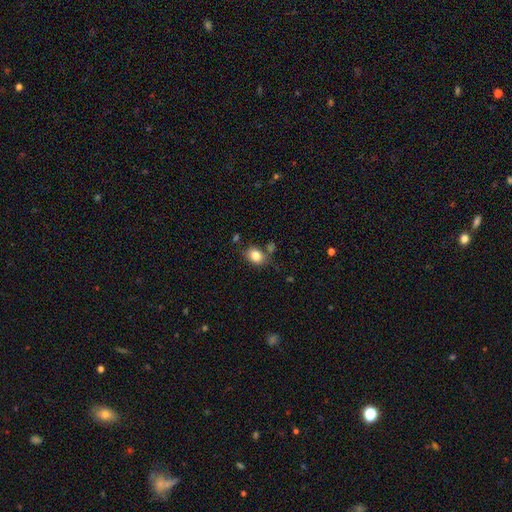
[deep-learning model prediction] A smooth galaxy with no disk features (83%) that is in between round and cigar-shaped (60%).

Vote fractions:
- Smooth or featured? smooth: 83% / star or artifact: 10% / featured or disk: 8%
- How rounded? in between: 60% / round: 39% / cigar-shaped: 1%
- Merging? none: 69% / minor disturbance: 18% / merger: 8% / major disturbance: 5%